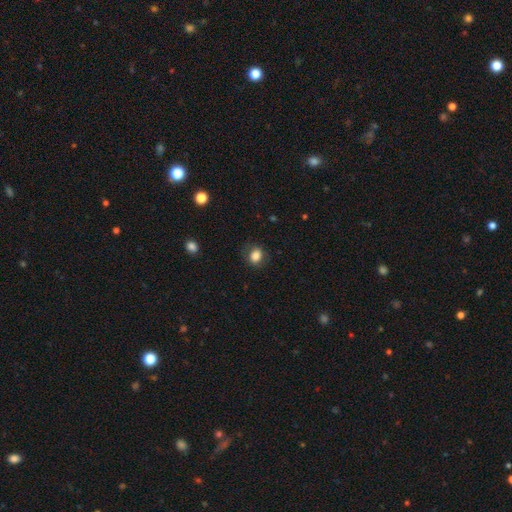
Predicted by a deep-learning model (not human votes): Smooth or featured?
  - smooth: 83% *
  - star or artifact: 9%
  - featured or disk: 8%
How rounded?
  - round: 50% *
  - in between: 49%
  - cigar-shaped: 1%
Merging?
  - none: 79% *
  - minor disturbance: 15%
  - major disturbance: 5%
  - merger: 1%